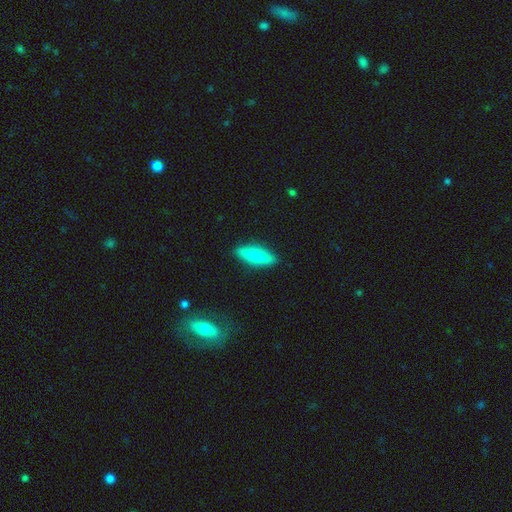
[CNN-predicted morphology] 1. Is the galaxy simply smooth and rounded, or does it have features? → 63% smooth, 31% featured or disk, 6% star or artifact.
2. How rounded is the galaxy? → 71% cigar-shaped, 27% in between, 2% round.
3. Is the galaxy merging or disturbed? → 89% none, 8% minor disturbance, 2% major disturbance, 1% merger.